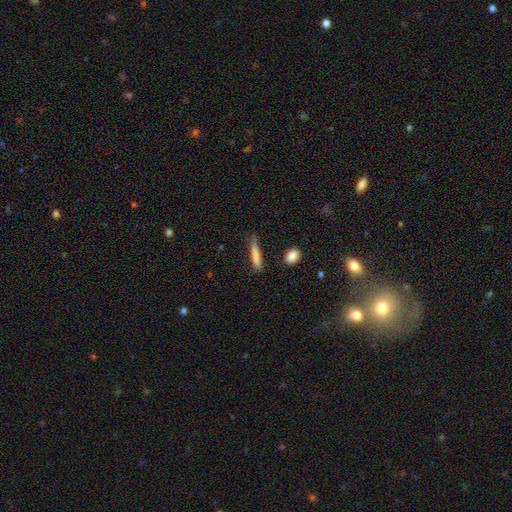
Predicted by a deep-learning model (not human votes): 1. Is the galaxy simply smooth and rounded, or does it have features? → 81% smooth, 13% featured or disk, 7% star or artifact.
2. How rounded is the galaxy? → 89% cigar-shaped, 10% in between, 2% round.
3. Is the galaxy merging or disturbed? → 74% none, 18% minor disturbance, 5% major disturbance, 3% merger.